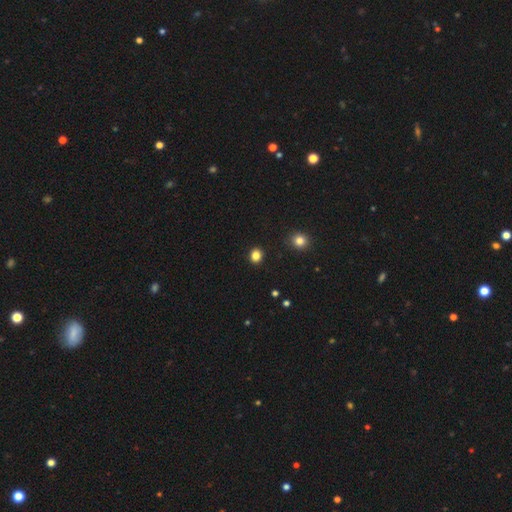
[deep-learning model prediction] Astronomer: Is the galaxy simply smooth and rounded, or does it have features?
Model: smooth — 84%.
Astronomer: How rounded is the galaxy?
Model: round — 80%.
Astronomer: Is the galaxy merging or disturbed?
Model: none — 92%.